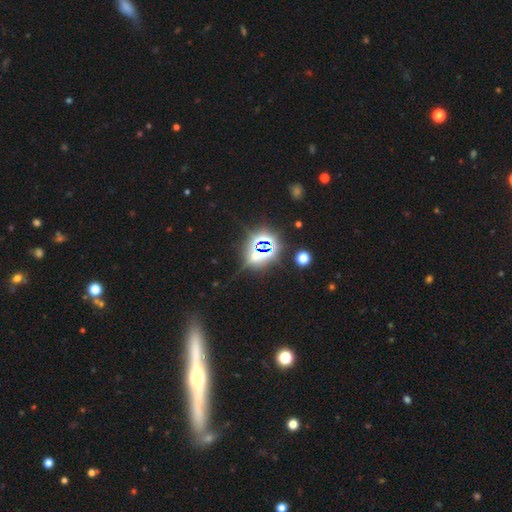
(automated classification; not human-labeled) This is likely a star or artifact rather than a galaxy (75%).